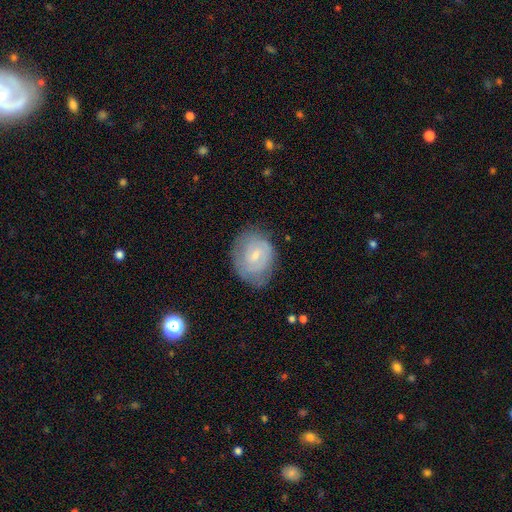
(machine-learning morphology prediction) smooth_or_featured: featured or disk (p=0.56) [alt: smooth p=0.37]
disk_edge_on: no (p=0.96) [alt: yes p=0.04]
bar: weak (p=0.54) [alt: no p=0.35]
has_spiral_arms: yes (p=0.73) [alt: no p=0.27]
bulge_size: small (p=0.60) [alt: moderate p=0.32]
merging: none (p=0.63) [alt: minor disturbance p=0.26]